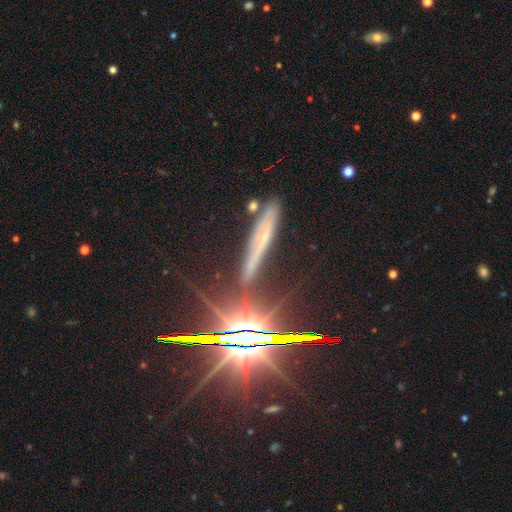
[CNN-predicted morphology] Smooth or featured? Predicted: star or artifact (p=0.41).